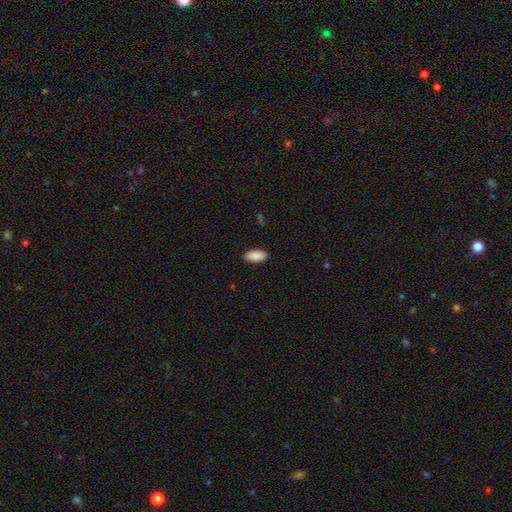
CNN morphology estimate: This appears to be a smooth galaxy with no disk features (90%) that is in between round and cigar-shaped (90%). Merging: none (89%).